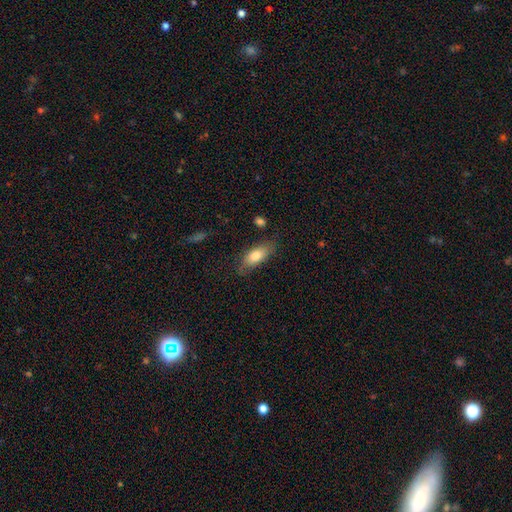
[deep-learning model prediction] Smooth or featured?
  - smooth: 77% *
  - featured or disk: 17%
  - star or artifact: 7%
How rounded?
  - in between: 78% *
  - cigar-shaped: 19%
  - round: 3%
Merging?
  - none: 74% *
  - minor disturbance: 19%
  - major disturbance: 4%
  - merger: 2%